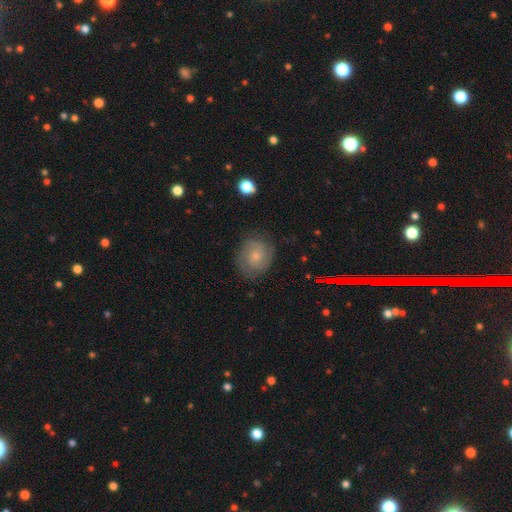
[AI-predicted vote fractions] smooth-or-featured: featured or disk: 61% | smooth: 30% | star or artifact: 9%
  disk-edge-on: no: 97% | yes: 3%
    bar: no: 75% | weak: 22% | strong: 3%
    has-spiral-arms: yes: 90% | no: 10%
      spiral-winding: tight: 58% | medium: 33% | loose: 9%
      spiral-arm-count: 2: 60% | can't tell: 22% | 3: 9% | 1: 3% | 4: 3% | more than 4: 3%
    bulge-size: small: 66% | moderate: 28% | none: 3% | large: 2% | dominant: 1%
  merging: none: 78% | minor disturbance: 16% | major disturbance: 5% | merger: 1%